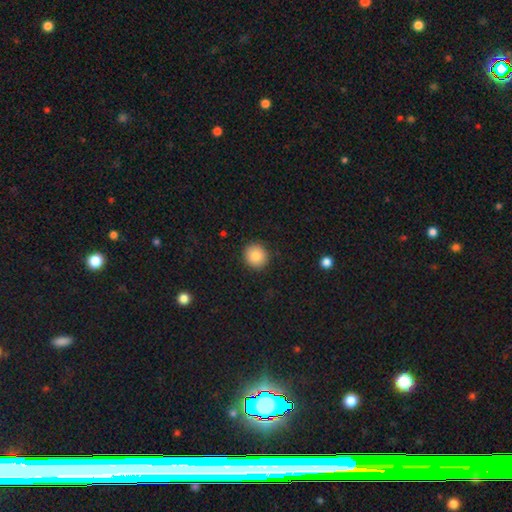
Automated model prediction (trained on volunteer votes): A smooth galaxy with no disk features (85%) that is round (91%). Merging: none (92%).